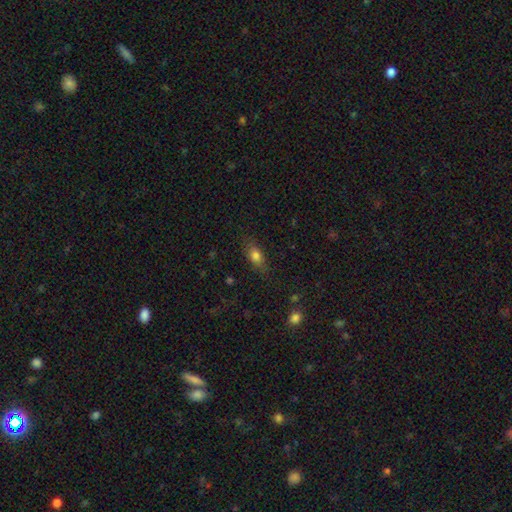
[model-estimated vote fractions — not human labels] Smooth or featured? smooth (76%)
How rounded? in between (77%)
Merging? none (78%)